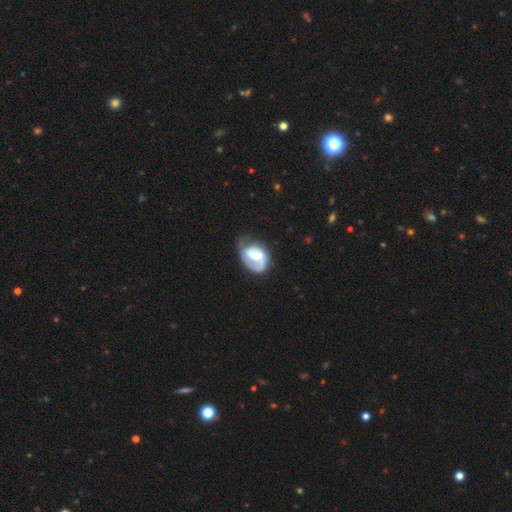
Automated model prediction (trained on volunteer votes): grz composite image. It shows a featured or disk galaxy (61%) with a weak bar (45%), spiral arms (83%) and a moderate central bulge (47%). Merging: none (45%).